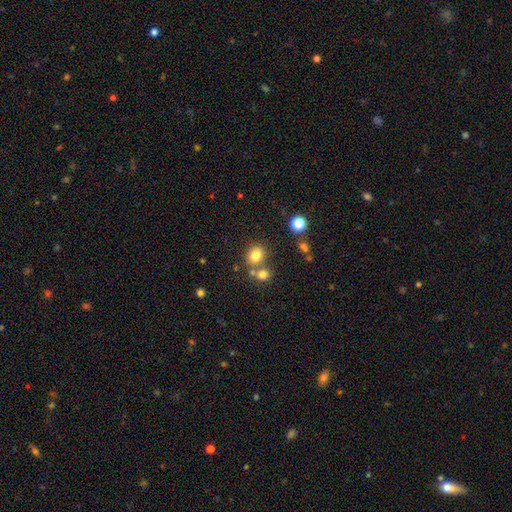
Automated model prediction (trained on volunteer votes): This is likely a smooth galaxy (78%). How rounded: likely round (66%). Merging: likely none (63%).